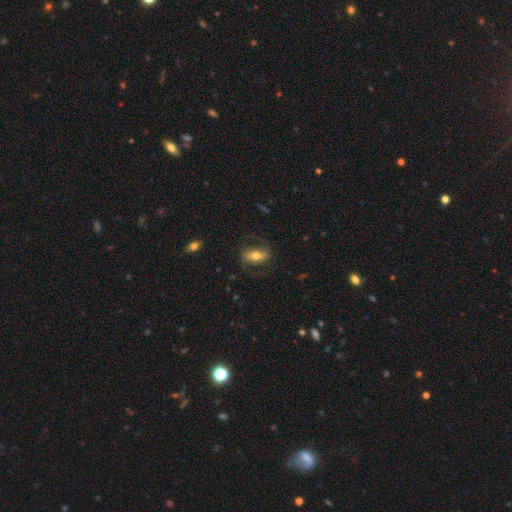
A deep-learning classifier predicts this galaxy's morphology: The model was most divided on "smooth or featured": featured or disk: 51%, smooth: 41%, star or artifact: 8%. More confident: edge-on disk — no (86%); merging — none (69%).